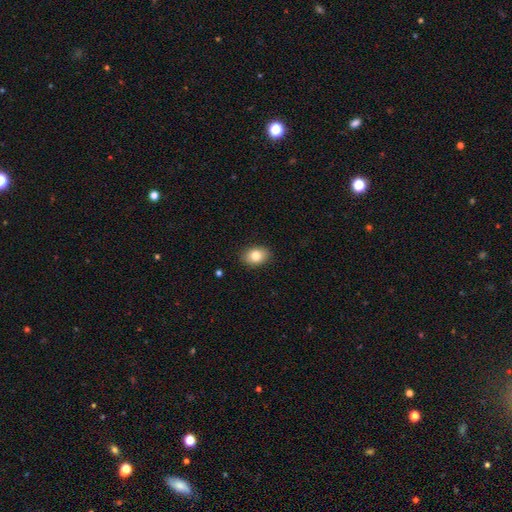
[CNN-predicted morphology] smooth 81%, featured or disk 10%, star or artifact 8%. Down the decision tree: how rounded — in between (75%); merging — none (88%).